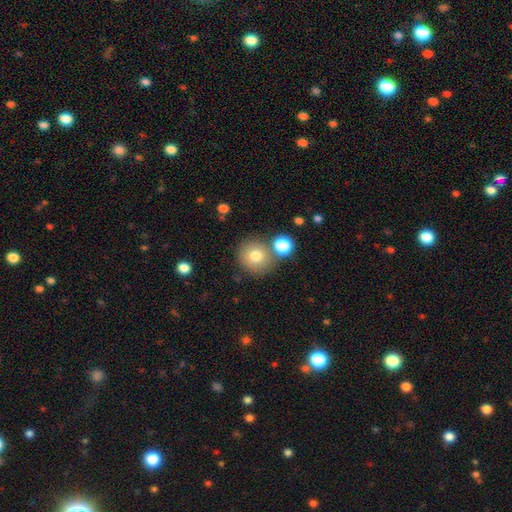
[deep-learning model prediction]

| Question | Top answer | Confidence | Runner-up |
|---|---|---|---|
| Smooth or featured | smooth | 76% | featured or disk (13%) |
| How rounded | round | 90% | in between (9%) |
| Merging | none | 68% | merger (19%) |